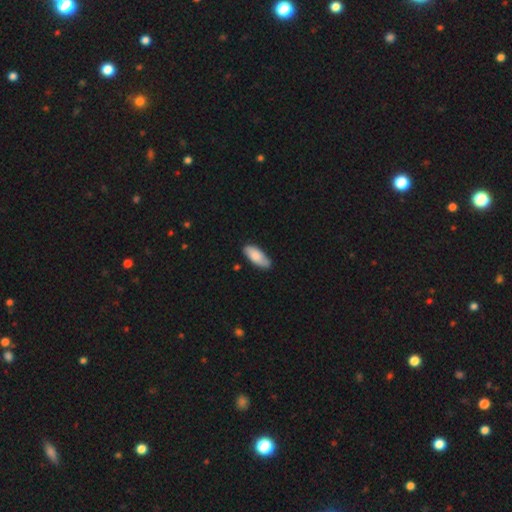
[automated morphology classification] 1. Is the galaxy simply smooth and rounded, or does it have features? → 80% smooth, 15% featured or disk, 6% star or artifact.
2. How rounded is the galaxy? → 80% in between, 19% cigar-shaped, 2% round.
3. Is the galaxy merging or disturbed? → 79% none, 17% minor disturbance, 2% major disturbance, 2% merger.